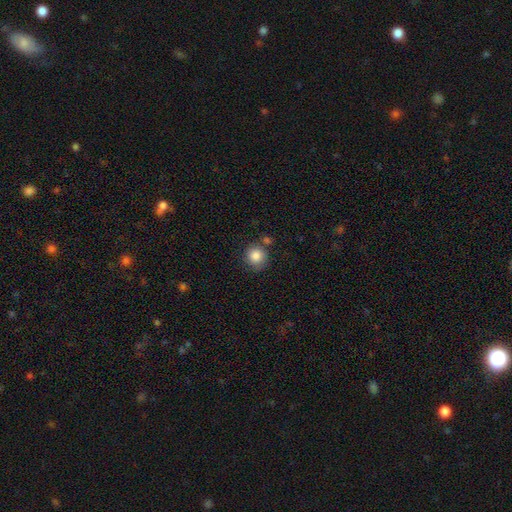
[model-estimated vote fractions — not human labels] Smooth or featured? Predicted: smooth (p=0.86). How rounded? Predicted: round (p=0.91). Merging? Predicted: none (p=0.76).